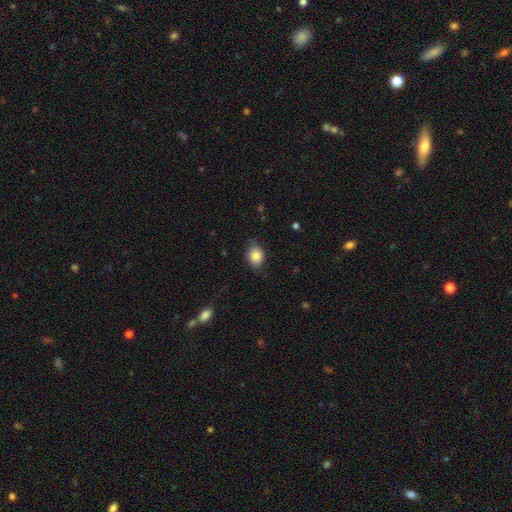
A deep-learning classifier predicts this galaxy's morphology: This appears to be a smooth galaxy with no disk features (85%) that is in between round and cigar-shaped (61%). Merging: none (75%).